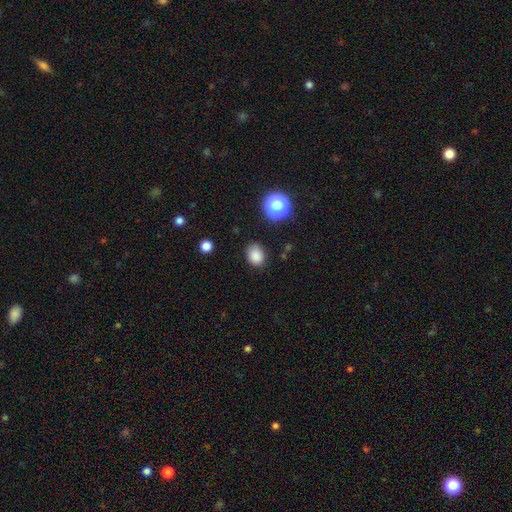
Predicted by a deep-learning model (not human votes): This is clearly a smooth galaxy (84%). How rounded: possibly in between (54%). Merging: likely none (79%).